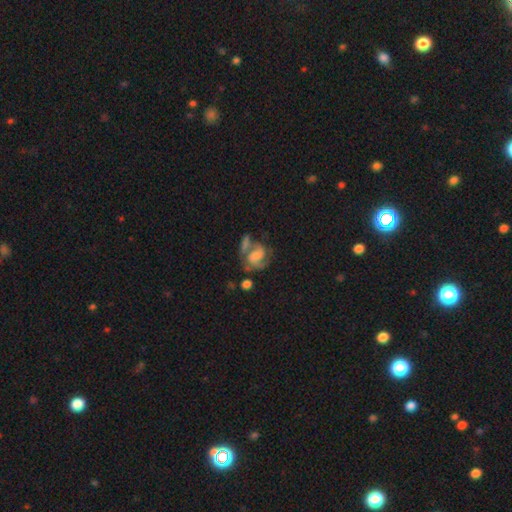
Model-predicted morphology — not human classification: Smooth or featured? Predicted: featured or disk (p=0.71). Edge-on disk? Predicted: no (p=0.97). Bar? Predicted: no (p=0.44). Spiral arms? Predicted: yes (p=0.88). Spiral winding? Predicted: medium (p=0.50). Spiral arm count? Predicted: 2 (p=0.75). Bulge size? Predicted: none (p=0.30). Merging? Predicted: none (p=0.39).